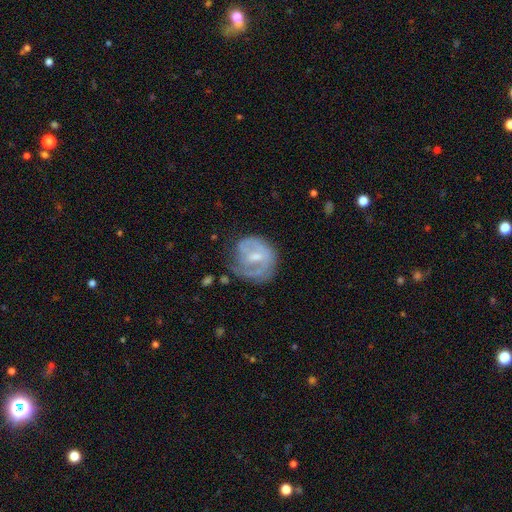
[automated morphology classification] Smooth or featured: featured or disk — 67% (smooth — 26%)
Edge-on disk: no — 98% (yes — 2%)
Bar: weak — 51% (no — 36%)
Spiral arms: yes — 73% (no — 27%)
Bulge size: moderate — 44% (tied with small — 44%)
Merging: none — 53% (minor disturbance — 25%)